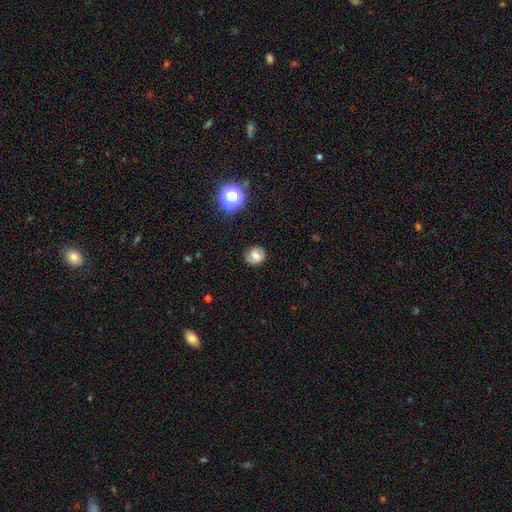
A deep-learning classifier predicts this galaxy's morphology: Smooth or featured? Predicted: smooth (p=0.64). How rounded? Predicted: round (p=0.75). Merging? Predicted: none (p=0.82).